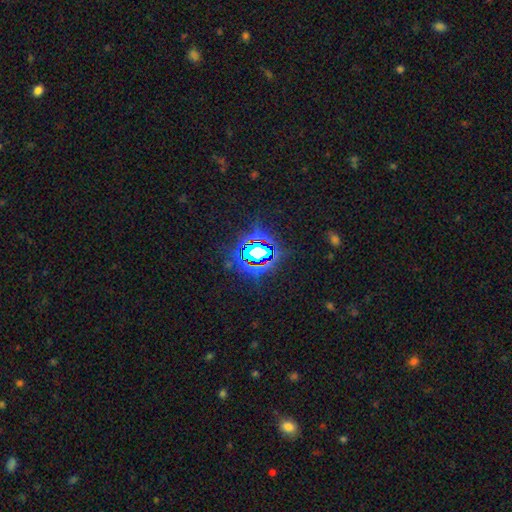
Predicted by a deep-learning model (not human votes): Smooth or featured: star or artifact — 80% (smooth — 12%)